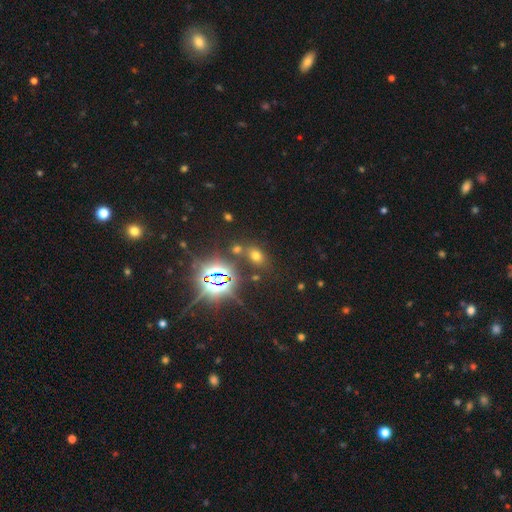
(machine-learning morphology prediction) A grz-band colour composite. It shows a smooth galaxy with no disk features (51%) that is in between round and cigar-shaped (71%). Merging: none (73%).